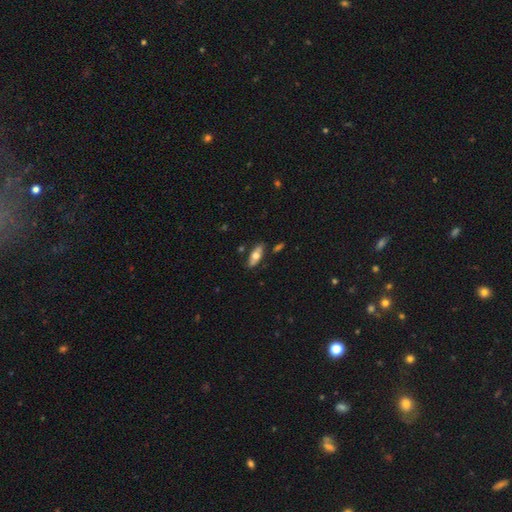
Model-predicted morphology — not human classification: smooth-or-featured: smooth: 56% | featured or disk: 38% | star or artifact: 6%
  how-rounded: in between: 77% | cigar-shaped: 20% | round: 3%
  merging: none: 79% | minor disturbance: 14% | merger: 3% | major disturbance: 3%